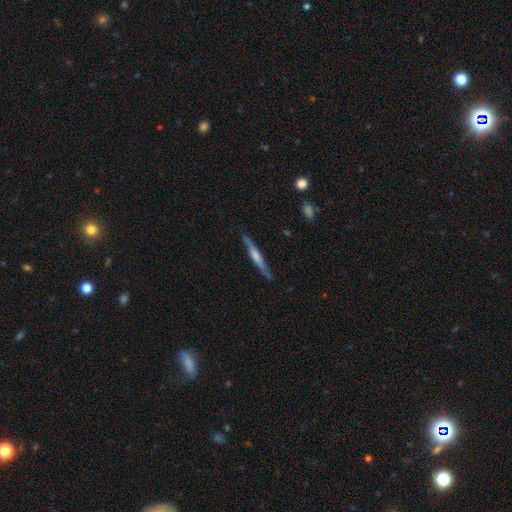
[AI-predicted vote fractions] Overall: featured or disk (54%; smooth 40%). Edge-on disk: yes (95%). Edge-on bulge: rounded (41%; boxy 32%). Merging: none (84%).